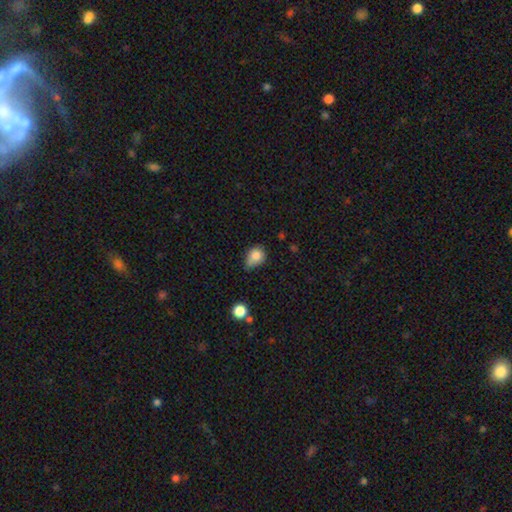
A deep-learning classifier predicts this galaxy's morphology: A smooth galaxy with no disk features (82%) that is round (50%). Merging: minor disturbance (46%).